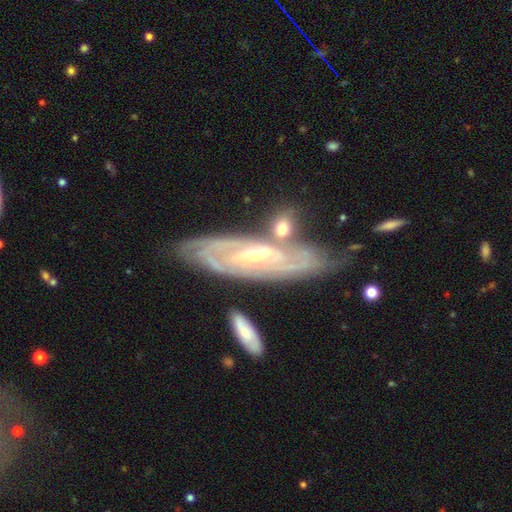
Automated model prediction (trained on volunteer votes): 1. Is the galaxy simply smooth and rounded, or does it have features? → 86% featured or disk, 9% smooth, 6% star or artifact.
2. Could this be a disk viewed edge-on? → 83% no, 17% yes.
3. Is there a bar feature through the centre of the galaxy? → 38% no, 37% weak, 24% strong.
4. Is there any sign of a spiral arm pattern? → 92% yes, 8% no.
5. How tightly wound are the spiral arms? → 71% tight, 23% medium, 6% loose.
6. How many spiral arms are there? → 47% can't tell, 27% 2, 12% 3, 7% 4, 4% more than 4, 4% 1.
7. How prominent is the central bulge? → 59% small, 37% moderate, 2% large, 1% none, 1% dominant.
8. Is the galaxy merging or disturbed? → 64% none, 18% minor disturbance, 11% merger, 7% major disturbance.